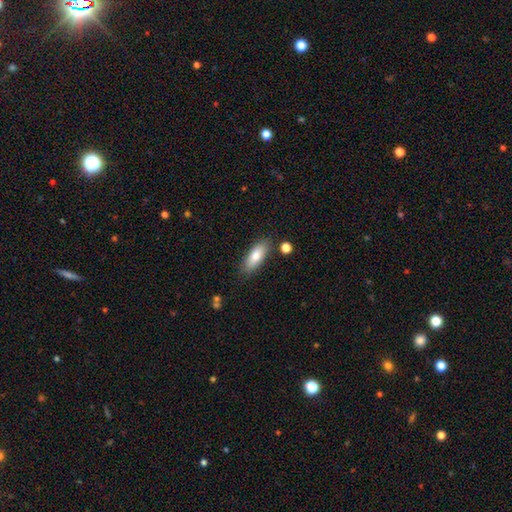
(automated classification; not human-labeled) Smooth or featured? Predicted: smooth (p=0.79). How rounded? Predicted: in between (p=0.71). Merging? Predicted: none (p=0.81).